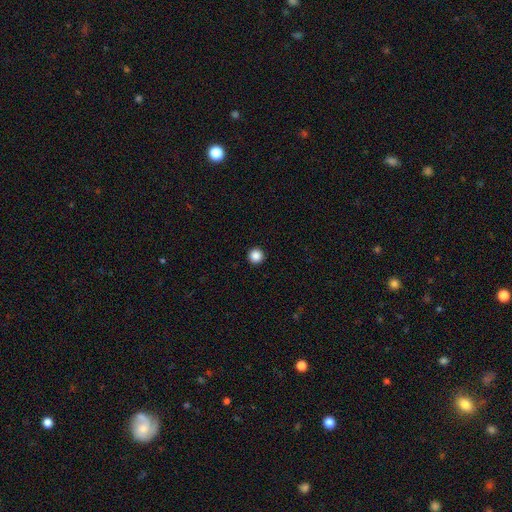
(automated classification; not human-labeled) This is clearly a smooth galaxy (88%). How rounded: clearly round (97%). Merging: clearly none (94%).